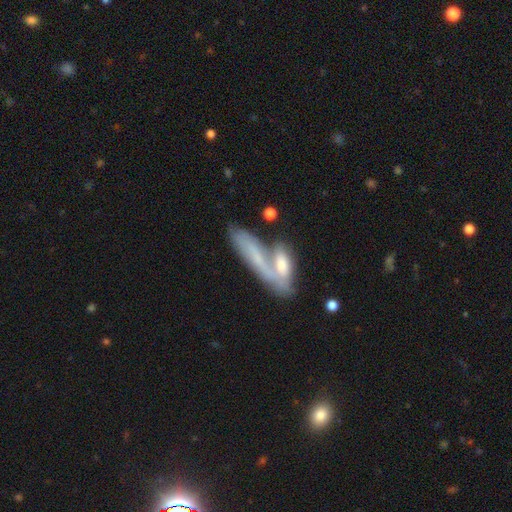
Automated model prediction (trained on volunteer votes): Morphology: type=smooth (50%); merging=merger (53%).